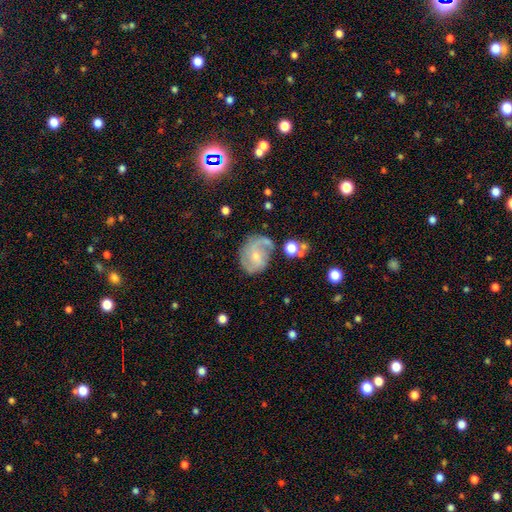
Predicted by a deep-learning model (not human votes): This is likely a featured or disk galaxy (73%). It is clearly not viewed edge-on (97%). Bar: possibly no (54%). Spiral arm pattern: clearly yes (91%). Spiral arm count: likely 2 (66%). Spiral winding: possibly medium (46%). Central bulge: likely small (63%). Merging: possibly none (57%).